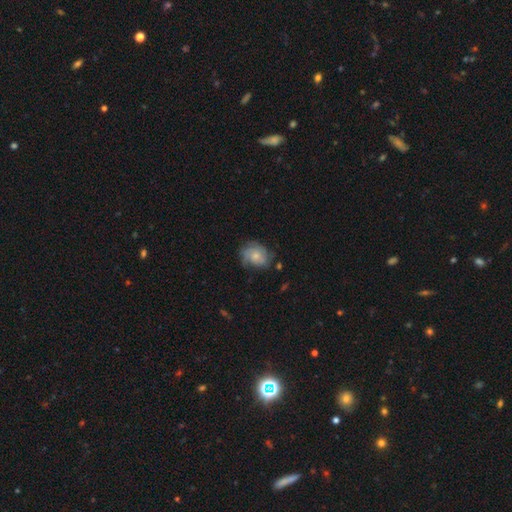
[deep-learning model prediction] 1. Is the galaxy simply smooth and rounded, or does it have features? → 47% featured or disk, 45% smooth, 8% star or artifact.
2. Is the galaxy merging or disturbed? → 59% none, 28% minor disturbance, 11% major disturbance, 2% merger.